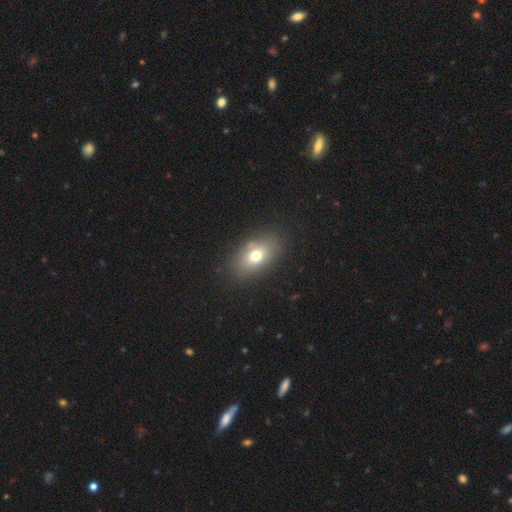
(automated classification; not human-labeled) A smooth galaxy with no disk features (71%) that is in between round and cigar-shaped (84%). Merging: none (82%).